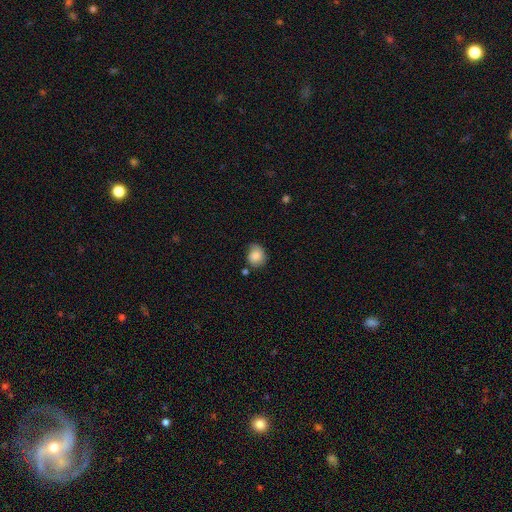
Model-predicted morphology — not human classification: A smooth galaxy with no disk features (83%) that is round (70%). Merging: none (58%).